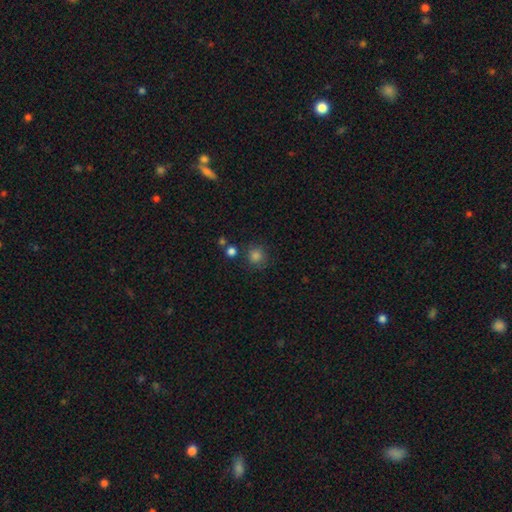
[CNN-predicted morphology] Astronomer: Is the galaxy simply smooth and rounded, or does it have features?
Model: smooth — 82%.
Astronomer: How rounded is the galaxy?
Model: round — 90%.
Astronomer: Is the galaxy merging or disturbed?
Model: none — 80%.